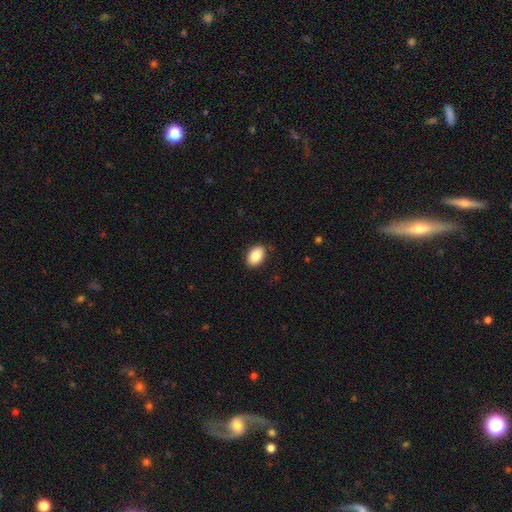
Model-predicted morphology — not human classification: A smooth galaxy with no disk features (86%) that is in between round and cigar-shaped (89%).

Vote fractions:
- Smooth or featured? smooth: 86% / star or artifact: 7% / featured or disk: 7%
- How rounded? in between: 89% / round: 10% / cigar-shaped: 1%
- Merging? none: 86% / minor disturbance: 11% / major disturbance: 2% / merger: 1%